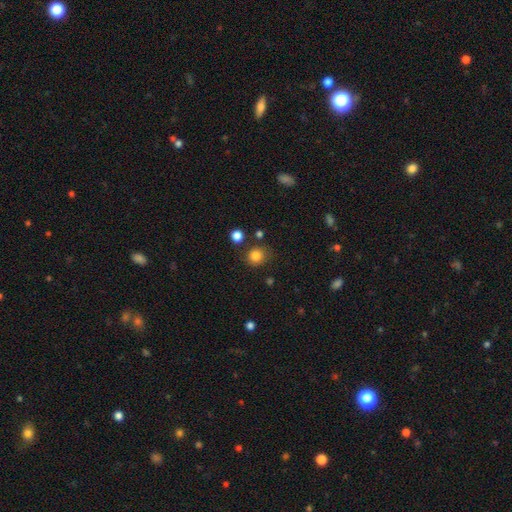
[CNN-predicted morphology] type=smooth (83%); roundness=round (86%); merging=none (80%).